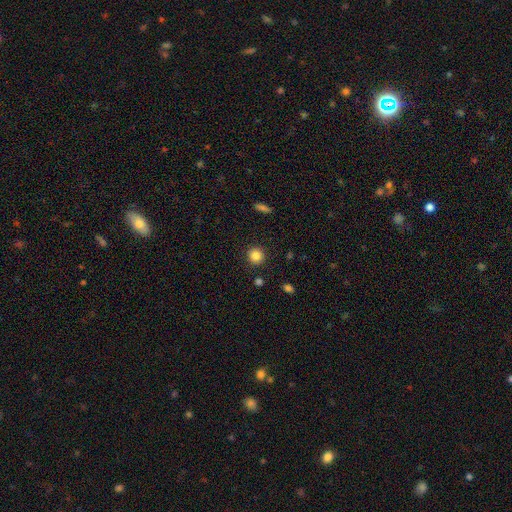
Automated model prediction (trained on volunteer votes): This appears to be a smooth galaxy with no disk features (85%) that is round (93%). Merging: none (91%).